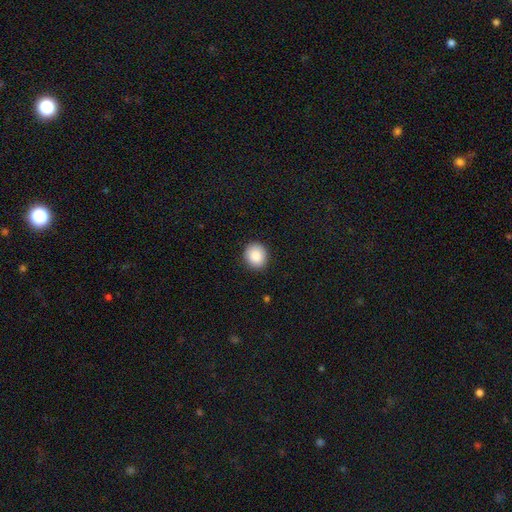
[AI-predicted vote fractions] Smooth or featured: smooth — 88% (star or artifact — 8%)
How rounded: round — 77% (in between — 23%)
Merging: none — 90% (minor disturbance — 7%)